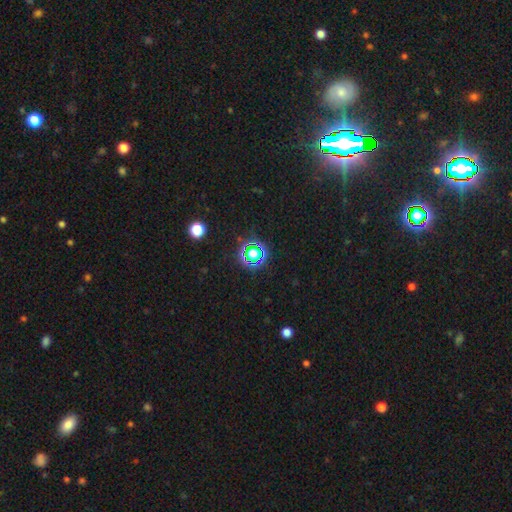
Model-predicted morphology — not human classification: This is likely a star or artifact rather than a galaxy (61%).